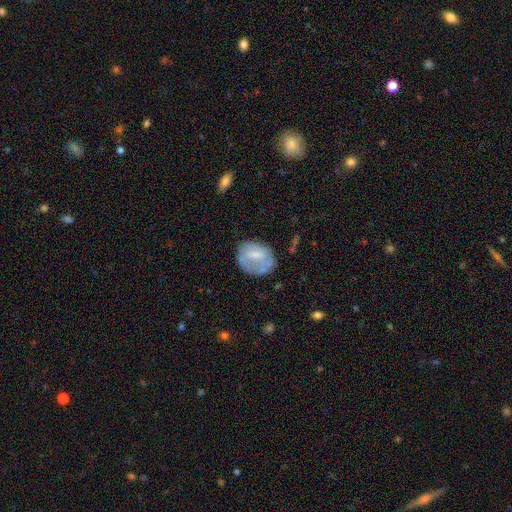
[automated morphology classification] smooth_or_featured: smooth (p=0.59) [alt: featured or disk p=0.34]
how_rounded: round (p=0.53) [alt: in between p=0.46]
merging: none (p=0.55) [alt: minor disturbance p=0.27]